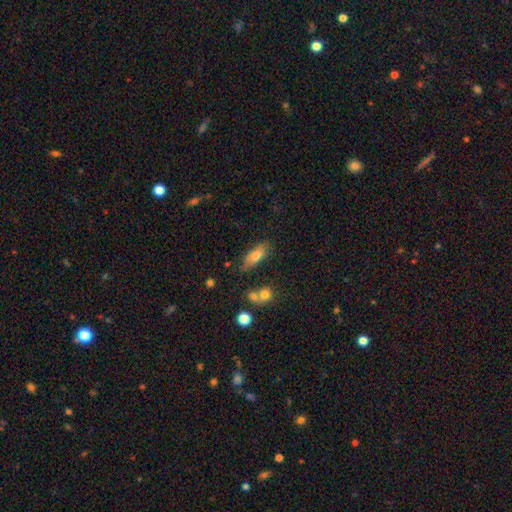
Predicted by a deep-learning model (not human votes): Morphology: type=smooth (76%); roundness=in between (72%); merging=none (67%).